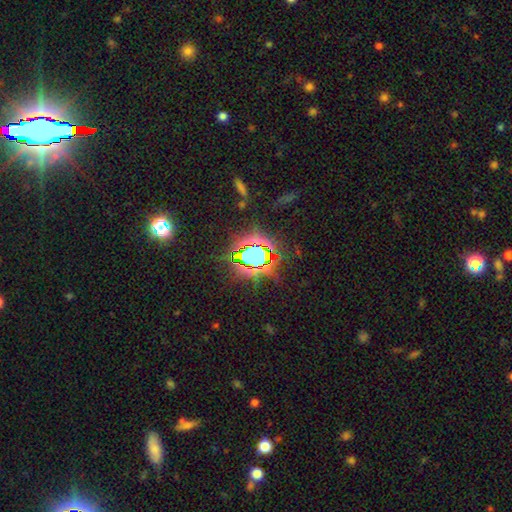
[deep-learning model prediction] A star or artifact, not a galaxy (76%).

Vote fractions:
- Smooth or featured? star or artifact: 76% / smooth: 14% / featured or disk: 10%